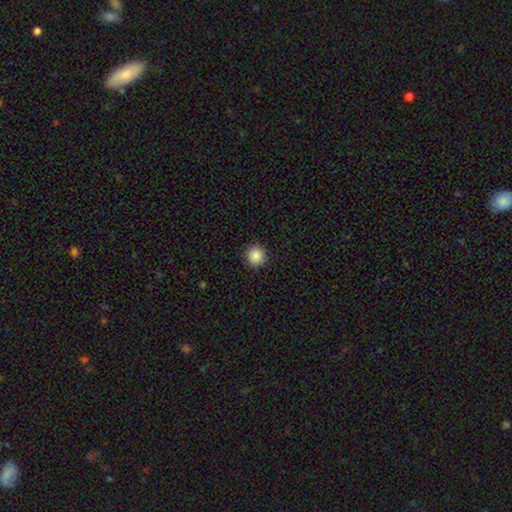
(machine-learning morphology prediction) A smooth galaxy with no disk features (87%) that is round (94%). Merging: none (92%).